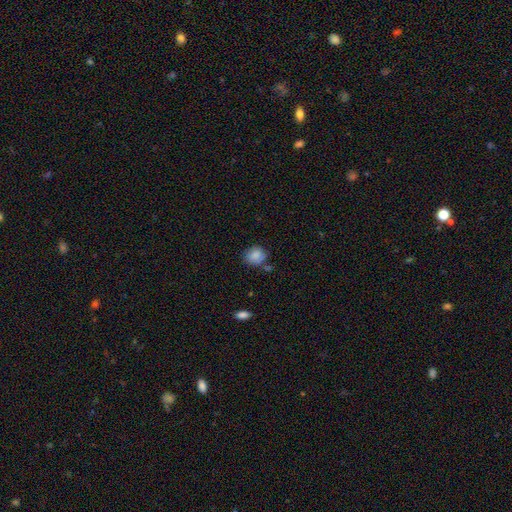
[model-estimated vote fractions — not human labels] smooth 86%, star or artifact 8%, featured or disk 6%. Down the decision tree: how rounded — round (67%); merging — none (71%).